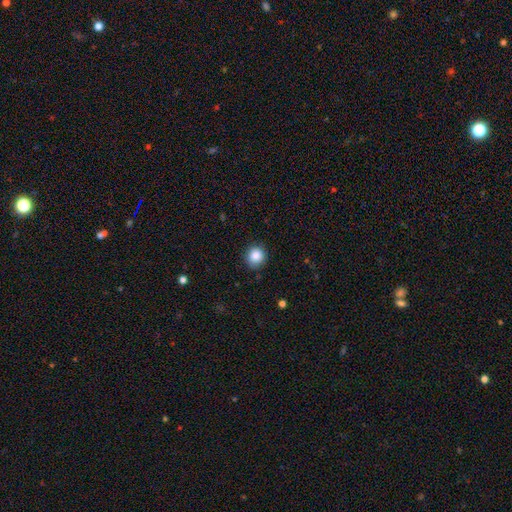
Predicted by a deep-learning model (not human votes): This is clearly a smooth galaxy (86%). How rounded: clearly round (89%). Merging: clearly none (87%).